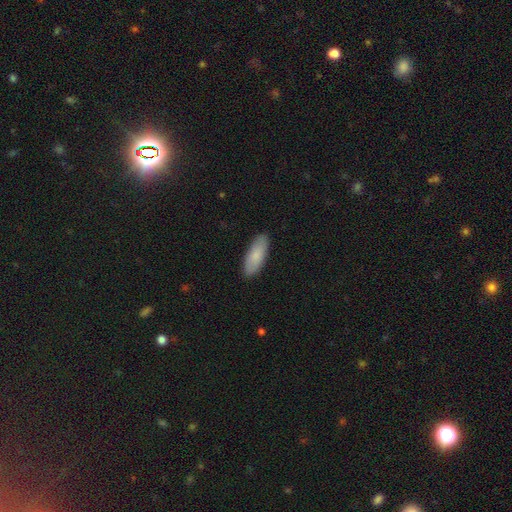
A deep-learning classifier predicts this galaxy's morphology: A smooth galaxy with no disk features (84%) that is in between round and cigar-shaped (70%).

Vote fractions:
- Smooth or featured? smooth: 84% / featured or disk: 11% / star or artifact: 5%
- How rounded? in between: 70% / cigar-shaped: 28% / round: 2%
- Merging? none: 89% / minor disturbance: 9% / major disturbance: 2% / merger: 1%